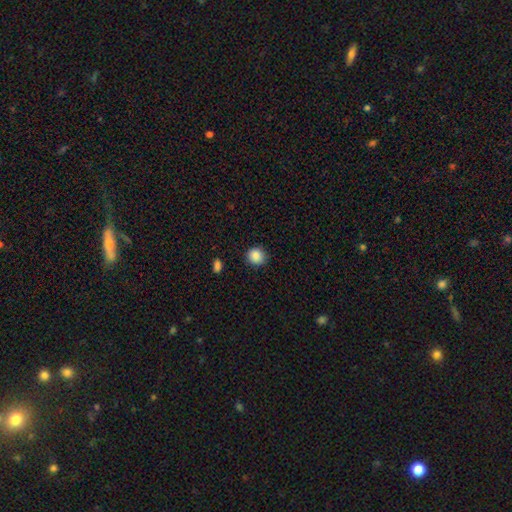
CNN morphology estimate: Overall: smooth (88%). How rounded: round (86%). Merging: none (89%).